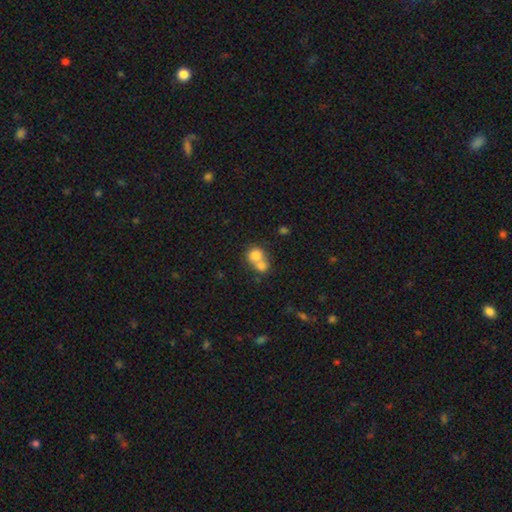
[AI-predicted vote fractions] smooth 76%, featured or disk 15%, star or artifact 9%. Down the decision tree: how rounded — round (73%); merging — merger (65%).